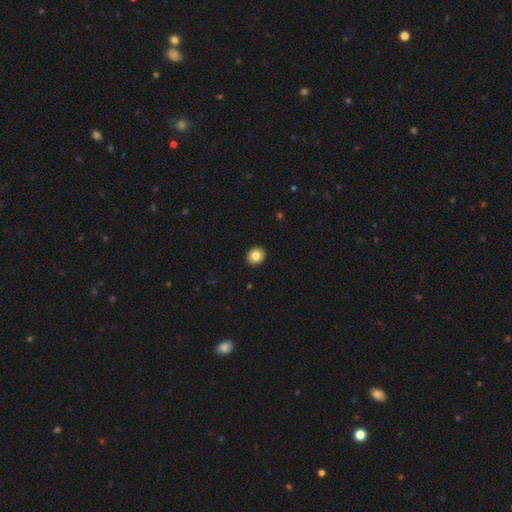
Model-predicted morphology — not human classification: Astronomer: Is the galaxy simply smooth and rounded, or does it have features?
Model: smooth — 85%.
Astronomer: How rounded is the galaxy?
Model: round — 69%.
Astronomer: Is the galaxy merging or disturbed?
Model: none — 93%.